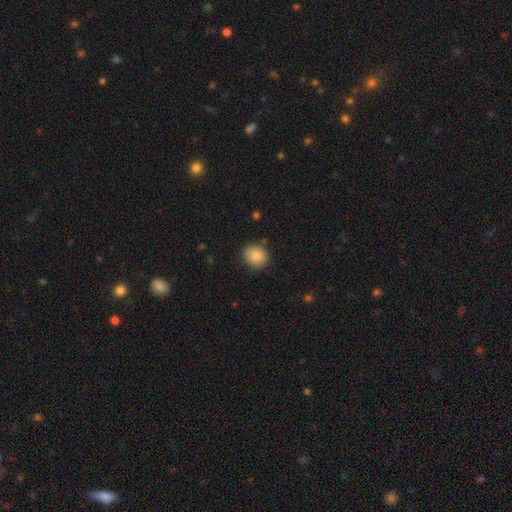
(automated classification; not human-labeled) Q: Smooth or featured?
A: smooth (86%); runner-up: star or artifact (8%)
Q: How rounded?
A: round (84%); runner-up: in between (15%)
Q: Merging?
A: none (86%); runner-up: minor disturbance (10%)